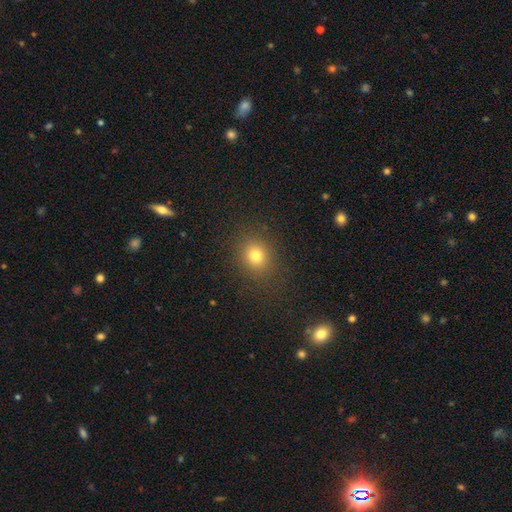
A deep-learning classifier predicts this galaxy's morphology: Q: Smooth or featured?
A: smooth (78%); runner-up: star or artifact (15%)
Q: How rounded?
A: round (70%); runner-up: in between (29%)
Q: Merging?
A: none (86%); runner-up: minor disturbance (9%)